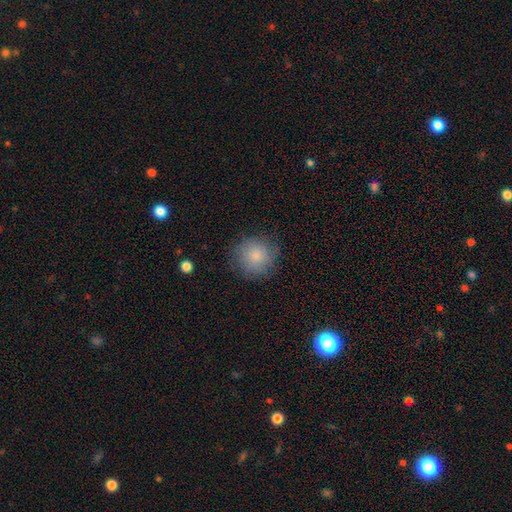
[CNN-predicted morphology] The model was most divided on "merging": none: 79%, minor disturbance: 15%, major disturbance: 5%, merger: 1%. More confident: how rounded — round (92%); smooth or featured — smooth (82%).